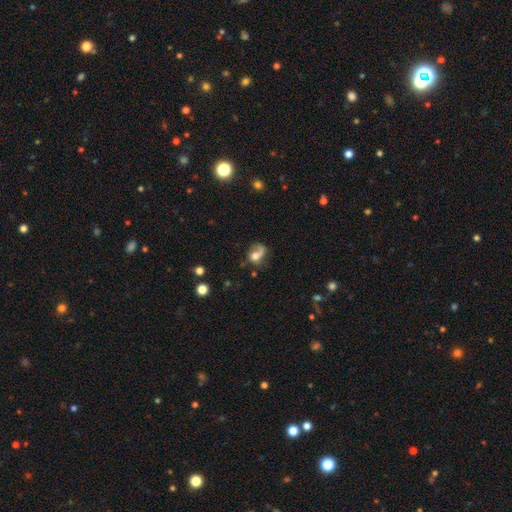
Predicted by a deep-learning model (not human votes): Smooth or featured? smooth (45%)
Merging? major disturbance (37%)